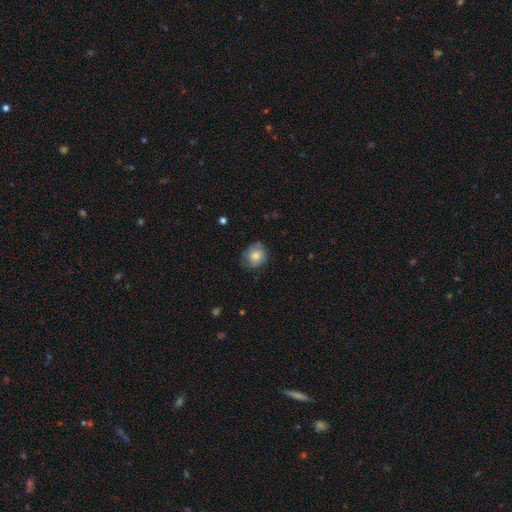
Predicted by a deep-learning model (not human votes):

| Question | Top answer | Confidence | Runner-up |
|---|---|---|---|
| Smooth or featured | smooth | 73% | featured or disk (18%) |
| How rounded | round | 71% | in between (28%) |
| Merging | none | 68% | minor disturbance (24%) |